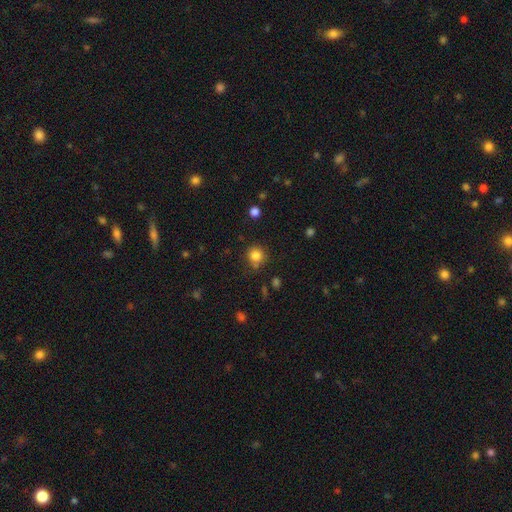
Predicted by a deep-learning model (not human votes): A smooth galaxy with no disk features (83%) that is round (91%). Merging: none (79%).